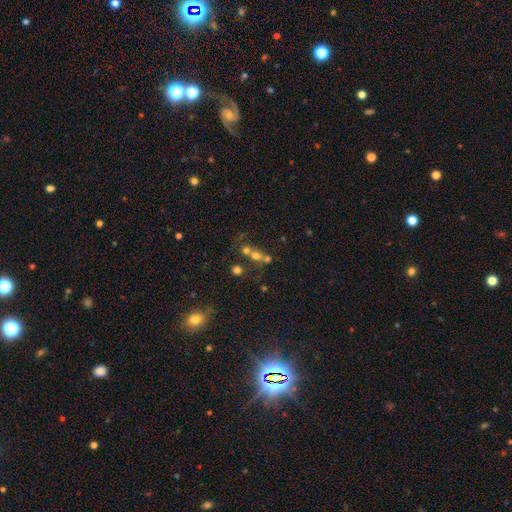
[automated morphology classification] A smooth galaxy with no disk features (58%) that is round (66%).

Vote fractions:
- Smooth or featured? smooth: 58% / featured or disk: 21% / star or artifact: 21%
- How rounded? round: 66% / in between: 31% / cigar-shaped: 3%
- Merging? merger: 55% / none: 31% / minor disturbance: 8% / major disturbance: 6%